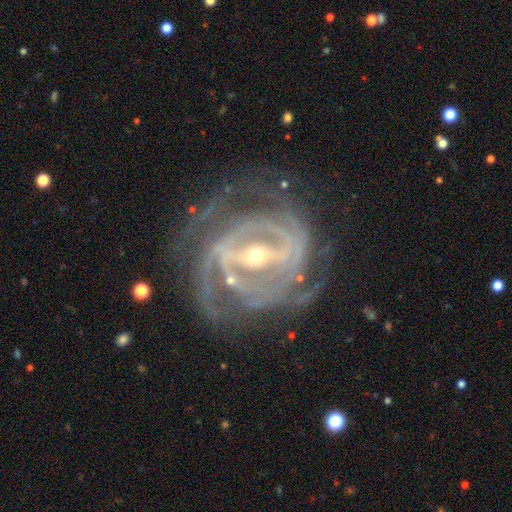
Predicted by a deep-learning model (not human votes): smooth-or-featured: featured or disk: 91% | star or artifact: 5% | smooth: 3%
  disk-edge-on: no: 96% | yes: 4%
    bar: strong: 71% | weak: 22% | no: 7%
    has-spiral-arms: yes: 96% | no: 4%
      spiral-winding: tight: 61% | medium: 32% | loose: 7%
      spiral-arm-count: 2: 24% | 3: 22% | can't tell: 21% | 4: 19% | more than 4: 8% | 1: 7%
    bulge-size: small: 61% | moderate: 36% | large: 2% | none: 1% | dominant: 1%
  merging: none: 67% | minor disturbance: 17% | major disturbance: 14% | merger: 2%